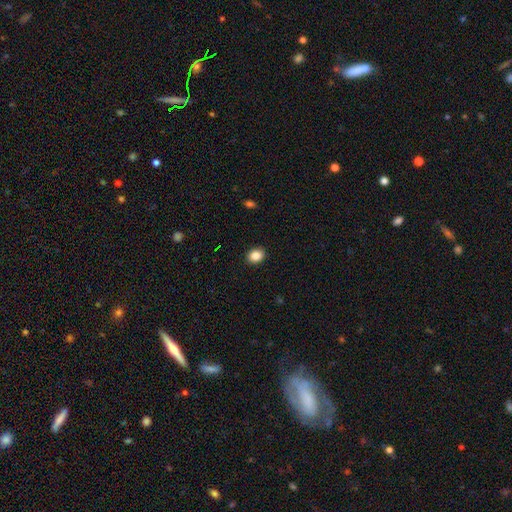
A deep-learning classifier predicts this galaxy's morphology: Q: Smooth or featured?
A: smooth (87%); runner-up: star or artifact (9%)
Q: How rounded?
A: in between (50%); runner-up: round (49%)
Q: Merging?
A: none (91%); runner-up: minor disturbance (6%)